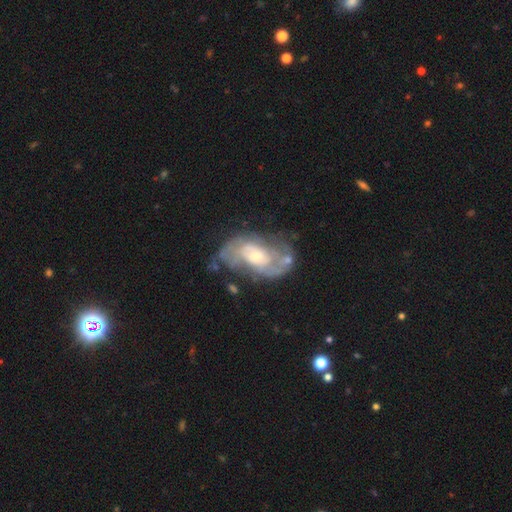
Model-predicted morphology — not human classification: smooth-or-featured: featured or disk: 81% | smooth: 13% | star or artifact: 6%
  disk-edge-on: no: 96% | yes: 4%
    bar: no: 58% | weak: 34% | strong: 8%
    has-spiral-arms: yes: 86% | no: 14%
      spiral-winding: medium: 42% | tight: 39% | loose: 19%
      spiral-arm-count: 2: 60% | can't tell: 26% | 3: 6% | 1: 4% | 4: 2% | more than 4: 2%
    bulge-size: moderate: 50% | small: 38% | large: 8% | none: 3% | dominant: 1%
  merging: none: 56% | minor disturbance: 22% | major disturbance: 16% | merger: 6%